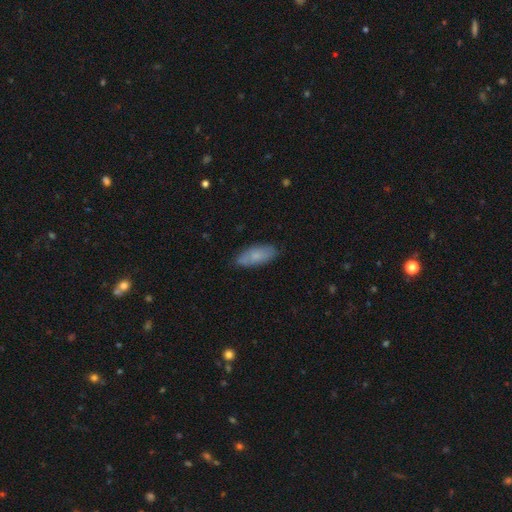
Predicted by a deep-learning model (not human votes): Q: Smooth or featured?
A: smooth (75%); runner-up: featured or disk (19%)
Q: How rounded?
A: in between (79%); runner-up: cigar-shaped (19%)
Q: Merging?
A: none (80%); runner-up: minor disturbance (16%)